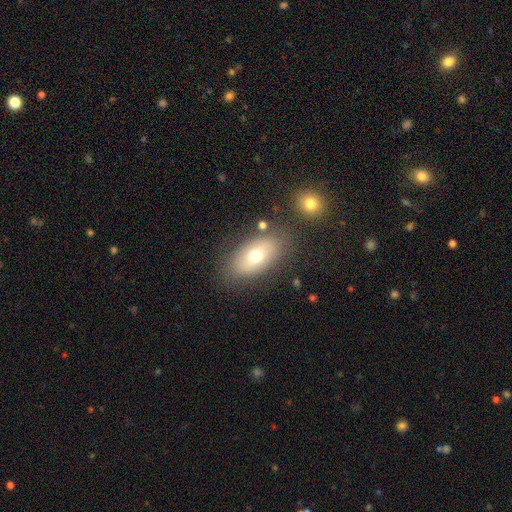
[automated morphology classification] smooth 67%, featured or disk 25%, star or artifact 9%. Down the decision tree: how rounded — in between (90%); merging — none (76%).